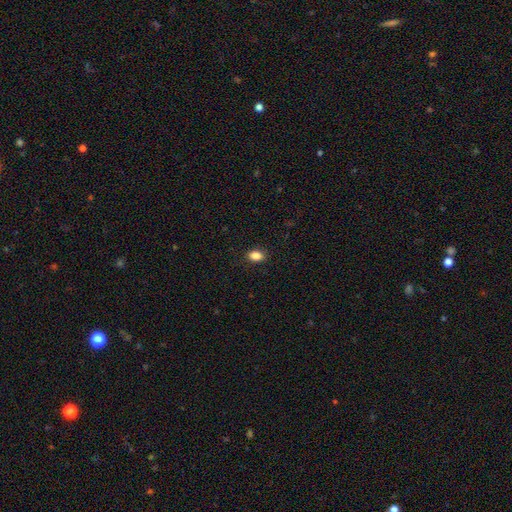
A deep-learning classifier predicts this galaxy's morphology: The model was most divided on "how rounded": in between: 82%, round: 16%, cigar-shaped: 2%. More confident: merging — none (89%); smooth or featured — smooth (87%).